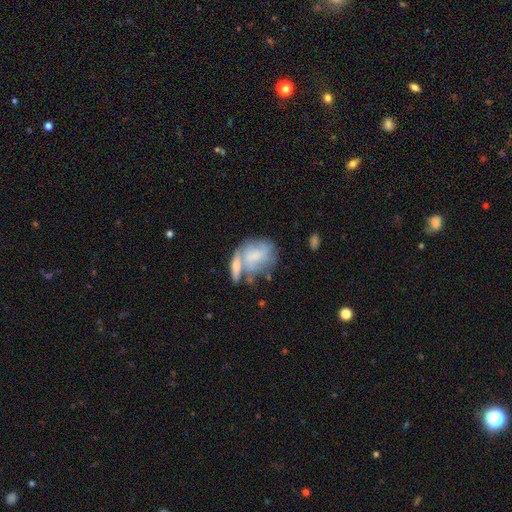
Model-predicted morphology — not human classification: A smooth galaxy with no disk features (50%) that is in between round and cigar-shaped (59%).

Vote fractions:
- Smooth or featured? smooth: 50% / featured or disk: 42% / star or artifact: 8%
- How rounded? in between: 59% / round: 37% / cigar-shaped: 3%
- Merging? merger: 40% / none: 29% / minor disturbance: 17% / major disturbance: 13%